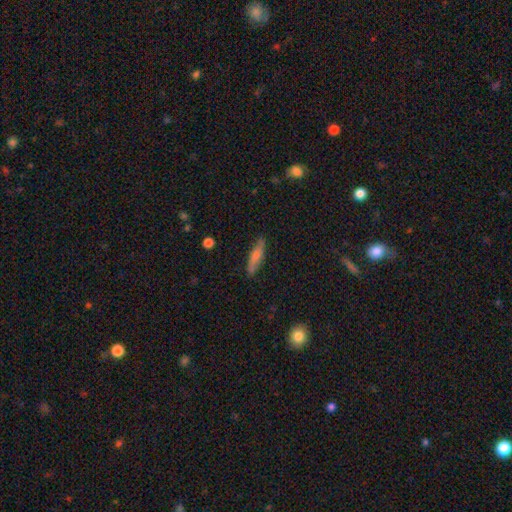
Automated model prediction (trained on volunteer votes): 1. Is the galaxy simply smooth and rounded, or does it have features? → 54% smooth, 38% featured or disk, 8% star or artifact.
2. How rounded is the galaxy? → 79% cigar-shaped, 18% in between, 3% round.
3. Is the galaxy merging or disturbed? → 84% none, 13% minor disturbance, 2% major disturbance, 1% merger.